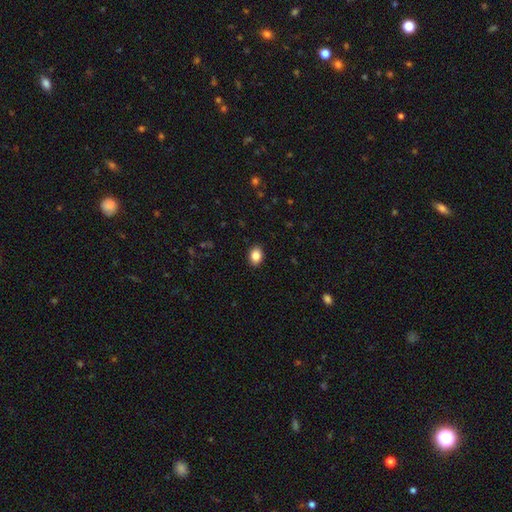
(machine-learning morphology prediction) This is clearly a smooth galaxy (86%). How rounded: likely in between (72%). Merging: clearly none (90%).